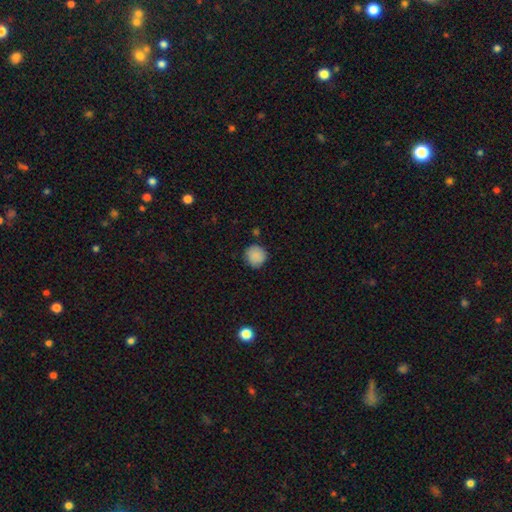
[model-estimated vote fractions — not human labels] smooth-or-featured: smooth: 88% | star or artifact: 8% | featured or disk: 4%
  how-rounded: round: 91% | in between: 8% | cigar-shaped: 1%
  merging: none: 83% | minor disturbance: 13% | major disturbance: 3% | merger: 2%